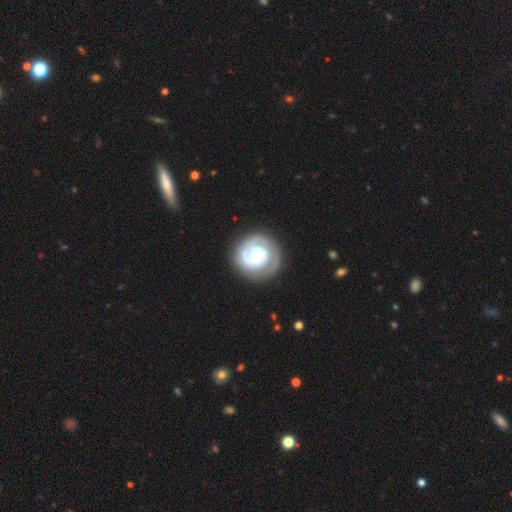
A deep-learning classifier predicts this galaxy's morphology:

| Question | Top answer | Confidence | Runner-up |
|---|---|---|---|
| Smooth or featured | featured or disk | 80% | smooth (16%) |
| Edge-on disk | no | 98% | yes (2%) |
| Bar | no | 64% | weak (30%) |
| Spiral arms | yes | 93% | no (7%) |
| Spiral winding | tight | 68% | medium (25%) |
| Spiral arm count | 2 | 50% | 1 (23%) |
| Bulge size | small | 53% | moderate (39%) |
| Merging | none | 82% | minor disturbance (12%) |